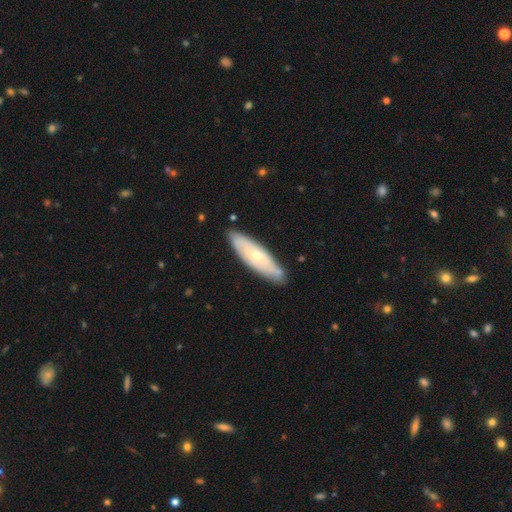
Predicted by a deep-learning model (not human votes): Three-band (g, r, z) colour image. It shows a featured or disk galaxy (54%). Merging: none (80%).